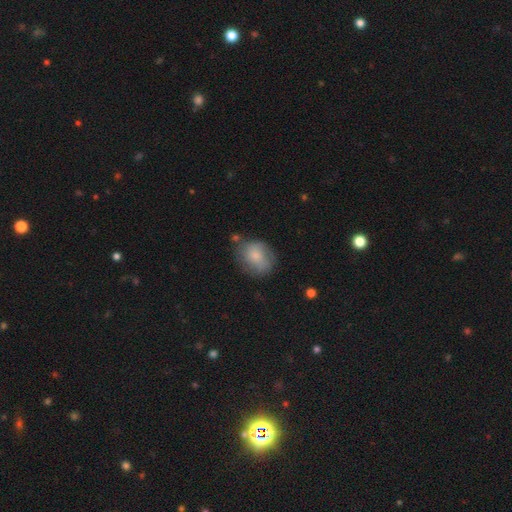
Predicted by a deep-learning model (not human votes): A smooth galaxy with no disk features (69%) that is round (54%).

Vote fractions:
- Smooth or featured? smooth: 69% / featured or disk: 24% / star or artifact: 7%
- How rounded? round: 54% / in between: 45% / cigar-shaped: 1%
- Merging? none: 58% / minor disturbance: 27% / major disturbance: 10% / merger: 5%